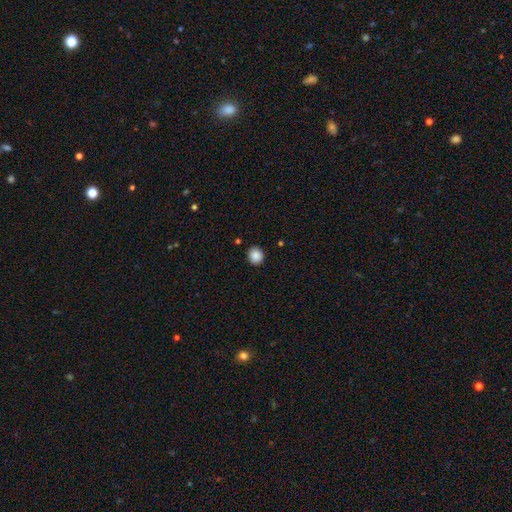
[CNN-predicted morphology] Smooth or featured?
  - smooth: 88% *
  - star or artifact: 9%
  - featured or disk: 3%
How rounded?
  - round: 75% *
  - in between: 24%
  - cigar-shaped: 1%
Merging?
  - none: 89% *
  - minor disturbance: 7%
  - major disturbance: 2%
  - merger: 2%